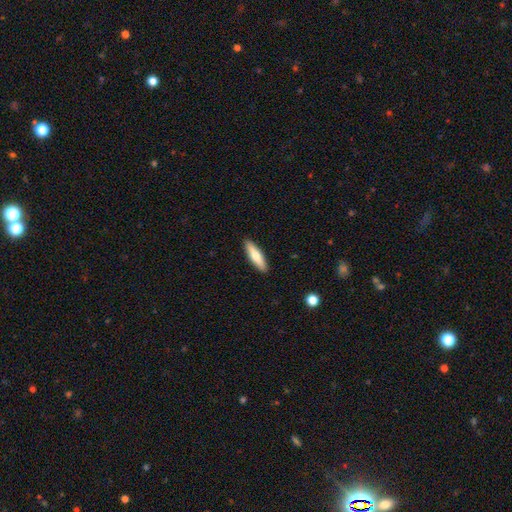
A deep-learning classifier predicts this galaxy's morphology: A smooth galaxy with no disk features (66%) that is cigar-shaped (68%).

Vote fractions:
- Smooth or featured? smooth: 66% / featured or disk: 29% / star or artifact: 5%
- How rounded? cigar-shaped: 68% / in between: 30% / round: 2%
- Merging? none: 90% / minor disturbance: 7% / major disturbance: 1% / merger: 1%